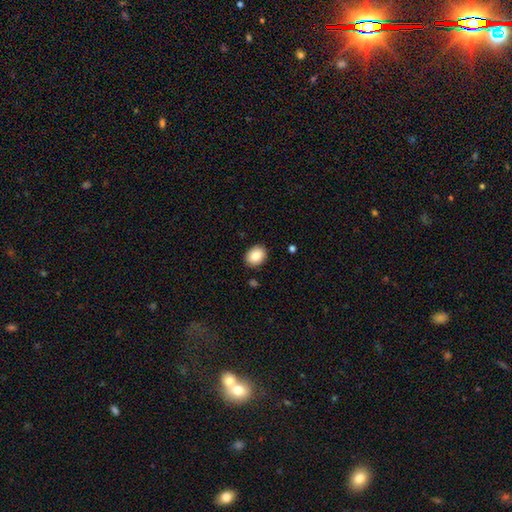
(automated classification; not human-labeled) The model was most divided on "how rounded": in between: 54%, round: 45%, cigar-shaped: 1%. More confident: merging — none (89%); smooth or featured — smooth (86%).